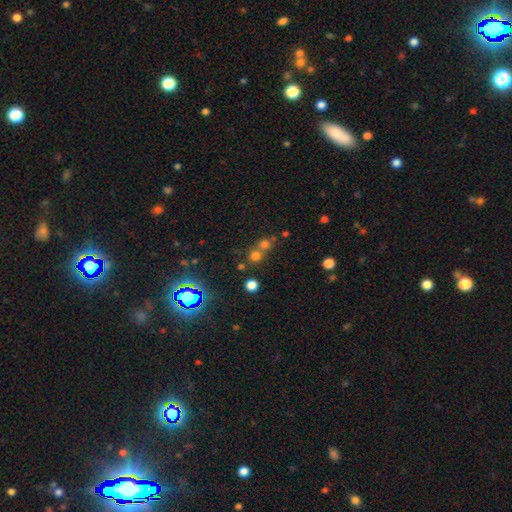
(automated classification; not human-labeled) A smooth galaxy with no disk features (63%) that is round (88%).

Vote fractions:
- Smooth or featured? smooth: 63% / star or artifact: 27% / featured or disk: 10%
- How rounded? round: 88% / in between: 11% / cigar-shaped: 1%
- Merging? none: 50% / merger: 42% / minor disturbance: 5% / major disturbance: 3%